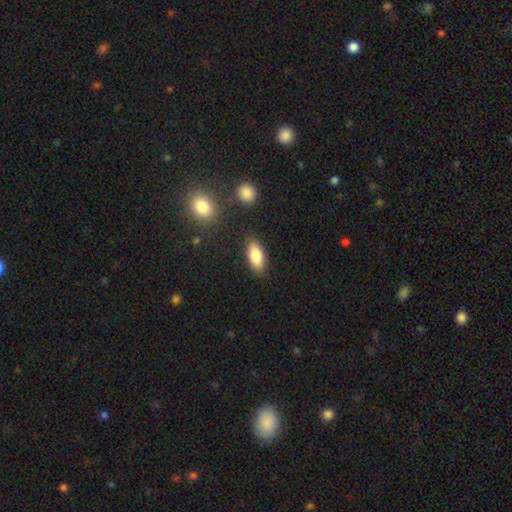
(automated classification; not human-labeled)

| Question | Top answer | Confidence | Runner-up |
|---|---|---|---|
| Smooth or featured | smooth | 84% | featured or disk (9%) |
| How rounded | in between | 85% | cigar-shaped (12%) |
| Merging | none | 85% | minor disturbance (10%) |